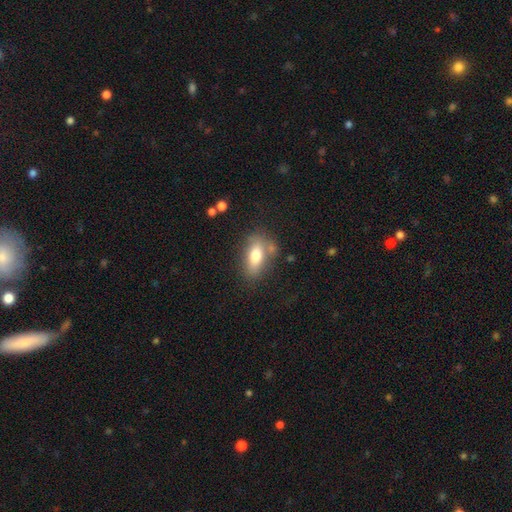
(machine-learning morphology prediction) Overall: smooth (74%). How rounded: in between (83%). Merging: none (67%).